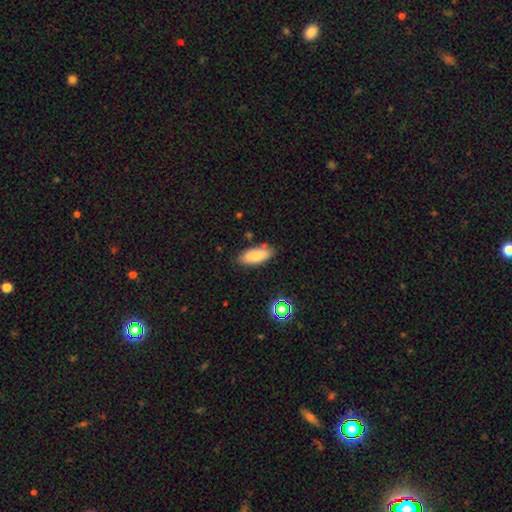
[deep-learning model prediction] smooth 80%, featured or disk 12%, star or artifact 8%. Down the decision tree: how rounded — in between (83%); merging — none (80%).